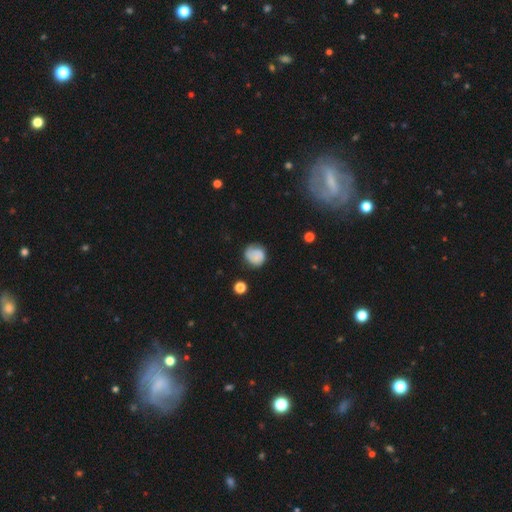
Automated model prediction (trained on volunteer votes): Q: Smooth or featured?
A: smooth (72%); runner-up: featured or disk (19%)
Q: How rounded?
A: round (83%); runner-up: in between (16%)
Q: Merging?
A: none (71%); runner-up: minor disturbance (20%)